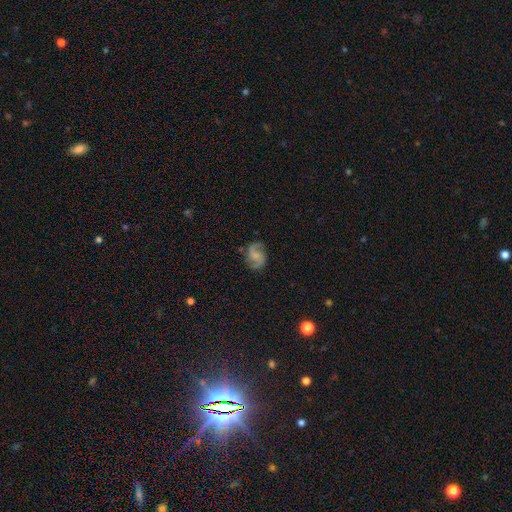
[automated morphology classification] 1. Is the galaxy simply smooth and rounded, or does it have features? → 81% featured or disk, 12% smooth, 7% star or artifact.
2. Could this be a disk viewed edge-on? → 98% no, 2% yes.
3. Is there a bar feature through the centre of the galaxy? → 55% no, 38% weak, 7% strong.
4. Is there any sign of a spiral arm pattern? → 97% yes, 3% no.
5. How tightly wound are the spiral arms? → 49% medium, 38% loose, 13% tight.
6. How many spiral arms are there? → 93% 2, 3% can't tell, 2% 1, 1% 3, 1% 4, 1% more than 4.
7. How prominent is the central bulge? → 41% small, 29% none, 25% moderate, 3% large, 1% dominant.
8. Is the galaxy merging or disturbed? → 80% none, 14% minor disturbance, 5% major disturbance, 1% merger.